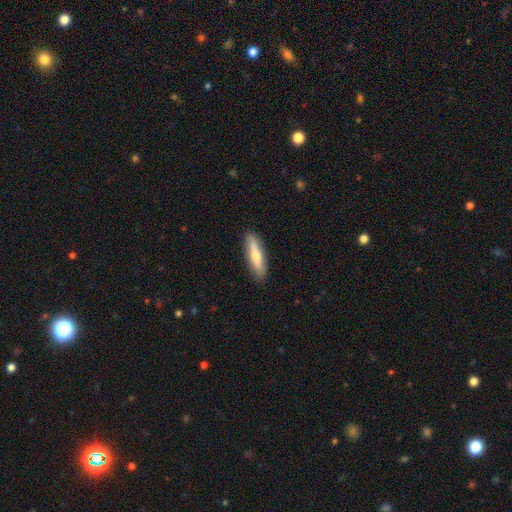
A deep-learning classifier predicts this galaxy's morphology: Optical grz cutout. It shows a smooth galaxy with no disk features (54%) that is cigar-shaped (77%). Merging: none (88%).